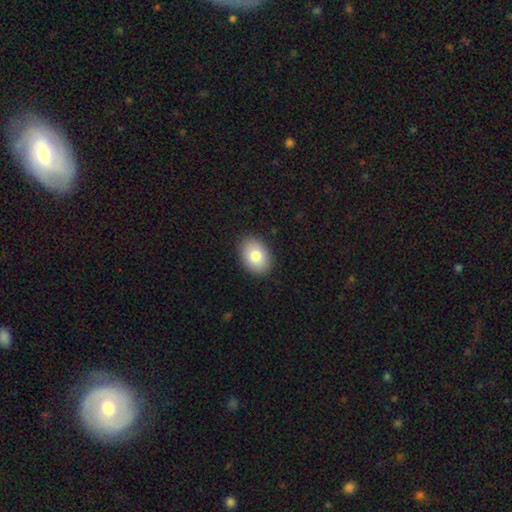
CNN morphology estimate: smooth 80%, featured or disk 12%, star or artifact 8%. Down the decision tree: how rounded — in between (77%); merging — none (89%).